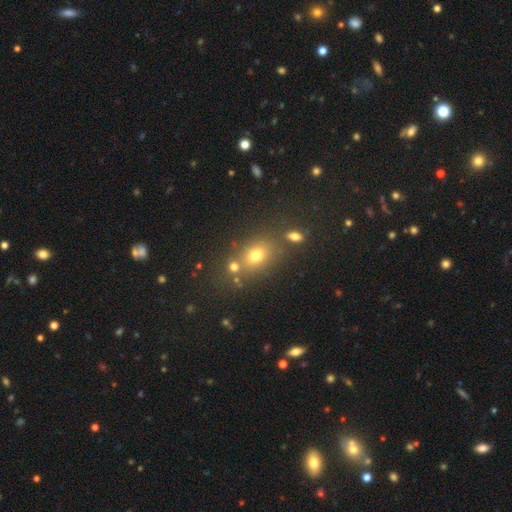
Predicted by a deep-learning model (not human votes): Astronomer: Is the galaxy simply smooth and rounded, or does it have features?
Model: smooth — 68%.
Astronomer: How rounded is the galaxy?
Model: in between — 63%.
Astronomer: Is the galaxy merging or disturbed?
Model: none — 66%.